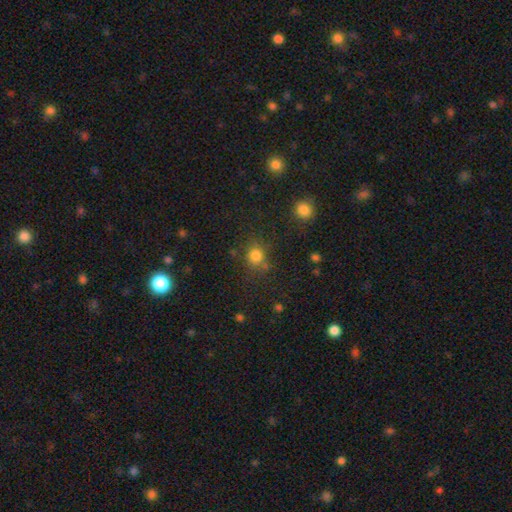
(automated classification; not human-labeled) smooth-or-featured: smooth: 77% | star or artifact: 16% | featured or disk: 6%
  how-rounded: round: 80% | in between: 19% | cigar-shaped: 1%
  merging: none: 73% | minor disturbance: 14% | merger: 8% | major disturbance: 6%